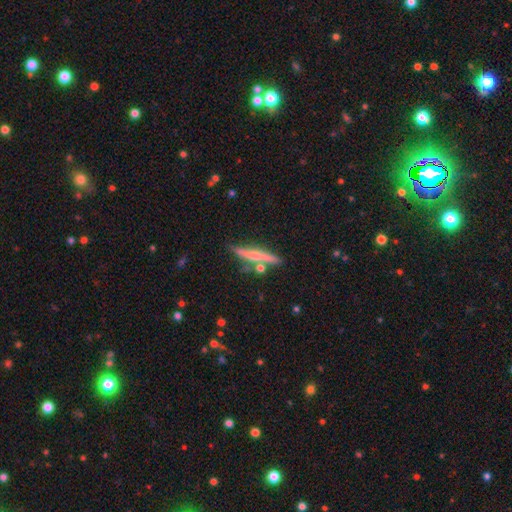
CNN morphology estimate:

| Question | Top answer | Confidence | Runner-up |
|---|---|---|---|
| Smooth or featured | featured or disk | 48% | smooth (46%) |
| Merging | none | 72% | minor disturbance (14%) |